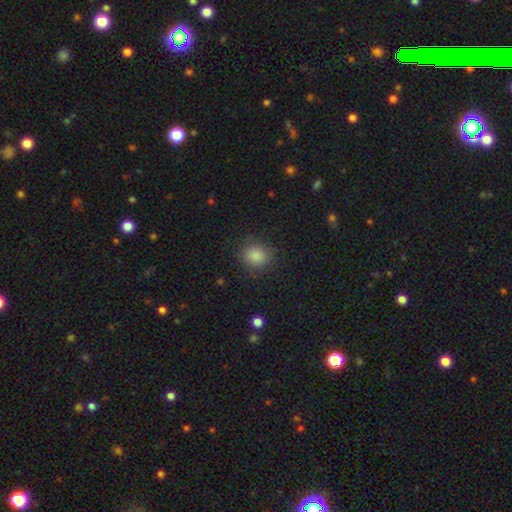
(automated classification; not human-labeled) A smooth galaxy with no disk features (86%) that is round (79%). Merging: none (84%).